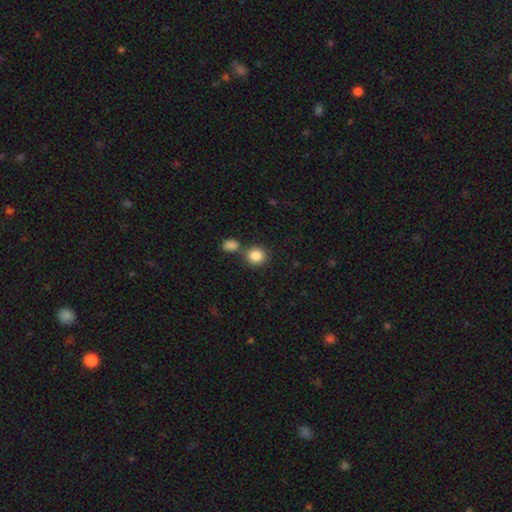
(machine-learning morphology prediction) Smooth or featured? smooth (86%)
How rounded? round (80%)
Merging? none (67%)